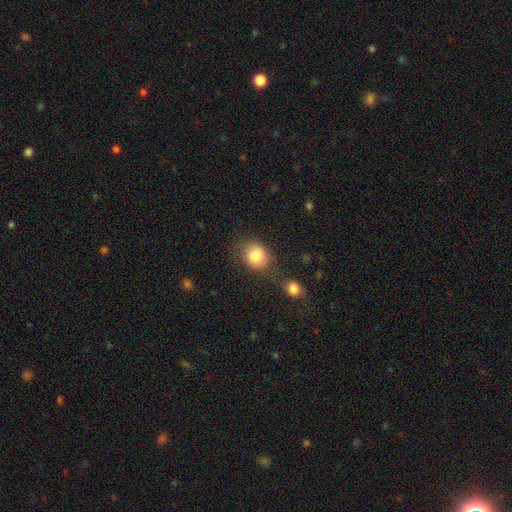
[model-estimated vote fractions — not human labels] Smooth or featured? smooth (83%)
How rounded? round (68%)
Merging? none (65%)